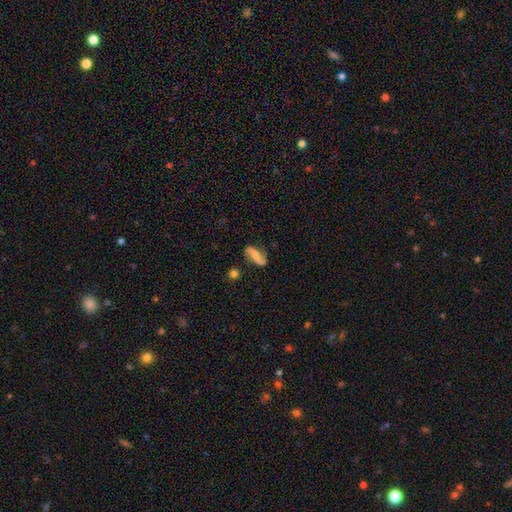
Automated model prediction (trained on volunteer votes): Smooth or featured: featured or disk — 63% (smooth — 29%)
Edge-on disk: no — 91% (yes — 9%)
Bar: no — 38% (strong — 31%)
Spiral arms: yes — 91% (no — 9%)
Spiral winding: loose — 75% (medium — 17%)
Spiral arm count: 2 — 91% (1 — 3%)
Bulge size: small — 42% (moderate — 29%)
Merging: none — 73% (minor disturbance — 17%)